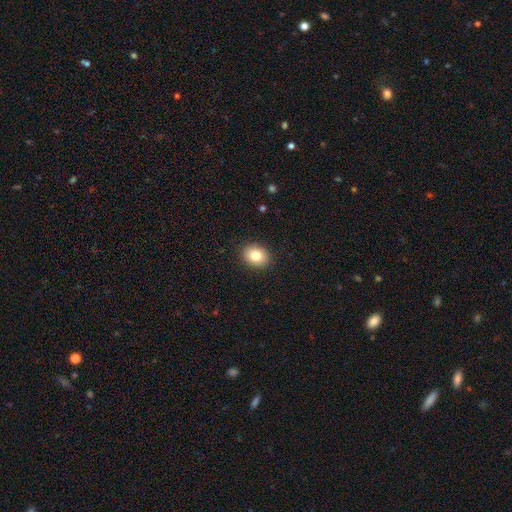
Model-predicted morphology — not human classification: smooth 82%, star or artifact 9%, featured or disk 9%. Down the decision tree: how rounded — in between (53%); merging — none (90%).